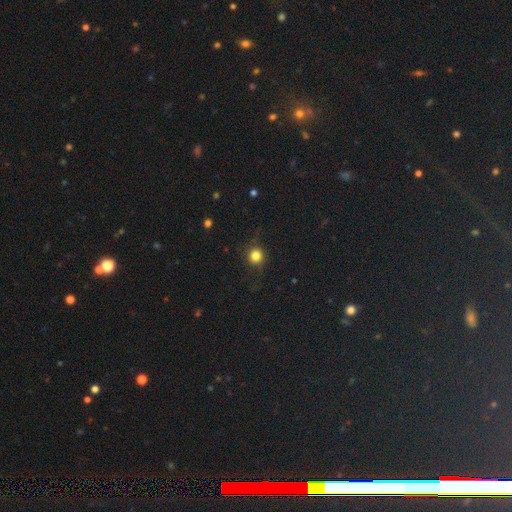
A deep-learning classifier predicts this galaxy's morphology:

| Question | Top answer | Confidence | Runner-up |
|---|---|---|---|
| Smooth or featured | smooth | 81% | star or artifact (13%) |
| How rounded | round | 92% | in between (7%) |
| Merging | none | 84% | minor disturbance (11%) |